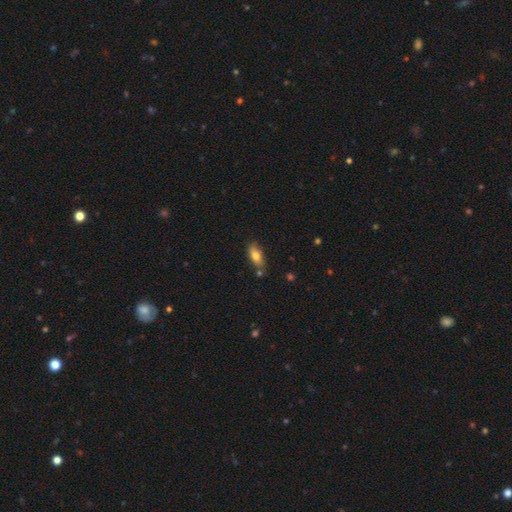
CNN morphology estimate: type=smooth (76%); roundness=in between (84%); merging=none (74%).